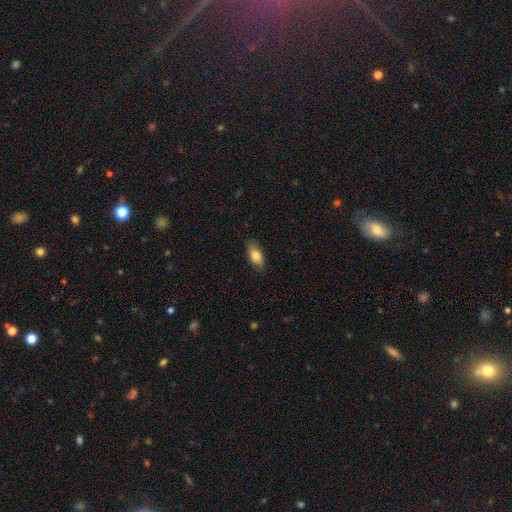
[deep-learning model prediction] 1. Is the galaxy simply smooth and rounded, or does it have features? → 79% smooth, 14% featured or disk, 6% star or artifact.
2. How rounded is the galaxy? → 88% in between, 9% cigar-shaped, 3% round.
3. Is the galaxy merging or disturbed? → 83% none, 13% minor disturbance, 3% major disturbance, 1% merger.